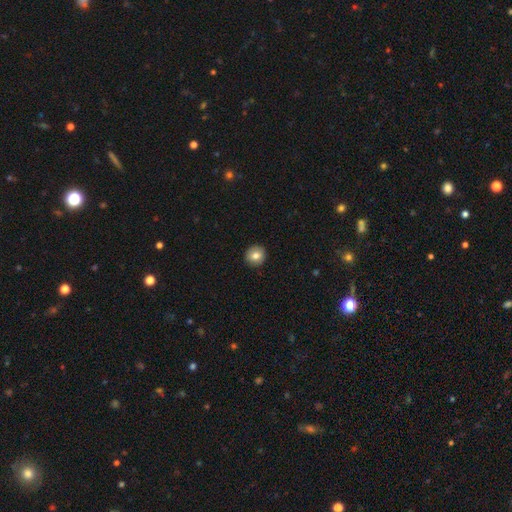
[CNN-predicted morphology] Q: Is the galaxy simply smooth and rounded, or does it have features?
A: smooth — 79%.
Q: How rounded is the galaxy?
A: round — 93%.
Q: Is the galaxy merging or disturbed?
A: none — 91%.